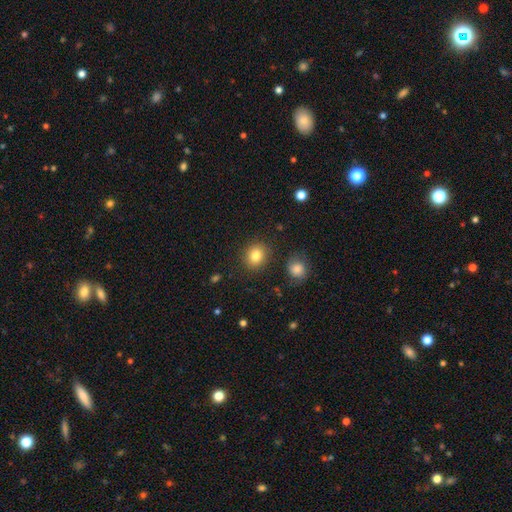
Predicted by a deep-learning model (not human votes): Smooth or featured: smooth — 83% (star or artifact — 10%)
How rounded: round — 70% (in between — 30%)
Merging: none — 86% (minor disturbance — 8%)